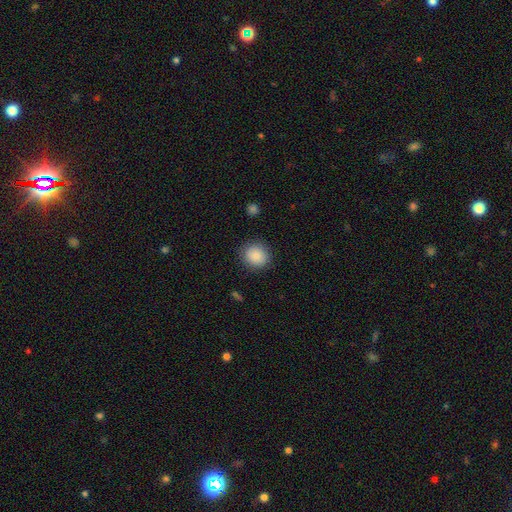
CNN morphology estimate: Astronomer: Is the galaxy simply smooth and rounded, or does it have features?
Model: smooth — 88%.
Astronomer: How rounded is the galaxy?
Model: round — 84%.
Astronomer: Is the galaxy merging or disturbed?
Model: none — 88%.